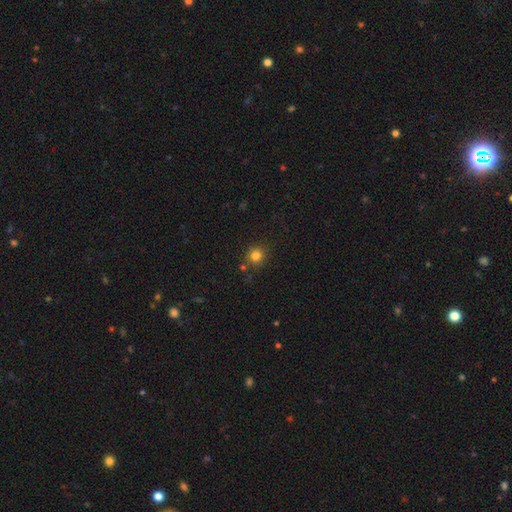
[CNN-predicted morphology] smooth-or-featured: smooth: 81% | star or artifact: 14% | featured or disk: 6%
  how-rounded: round: 90% | in between: 9% | cigar-shaped: 1%
  merging: none: 81% | minor disturbance: 10% | merger: 6% | major disturbance: 3%